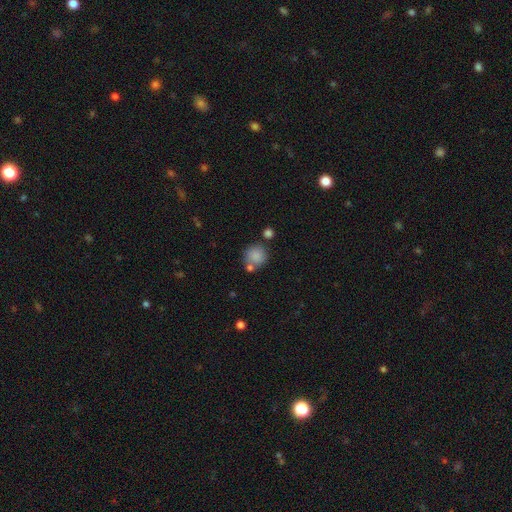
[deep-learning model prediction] smooth 85%, star or artifact 9%, featured or disk 6%. Down the decision tree: how rounded — round (89%); merging — none (67%).